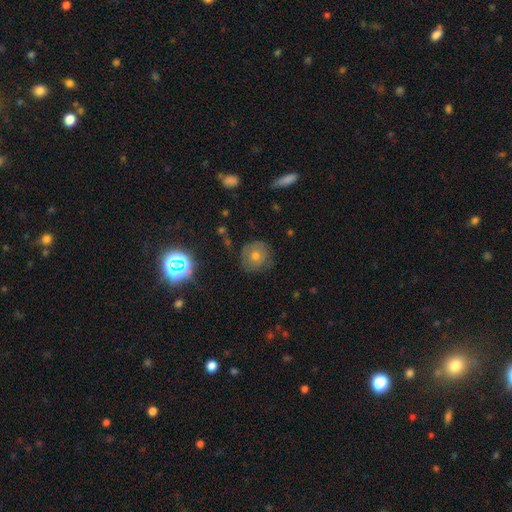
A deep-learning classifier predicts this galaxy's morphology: type=smooth (42%); merging=none (79%).